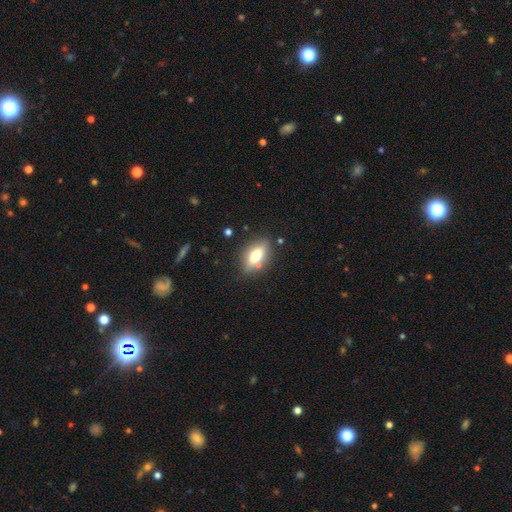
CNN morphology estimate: type=smooth (64%); roundness=in between (81%); merging=none (79%).